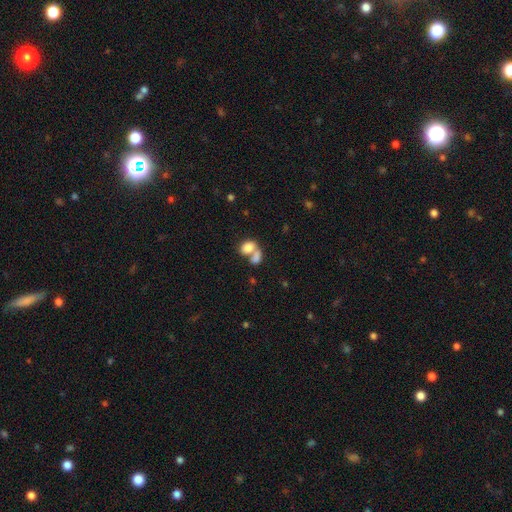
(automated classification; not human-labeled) smooth_or_featured: smooth (p=0.77) [alt: featured or disk p=0.13]
how_rounded: in between (p=0.72) [alt: round p=0.26]
merging: merger (p=0.64) [alt: none p=0.23]